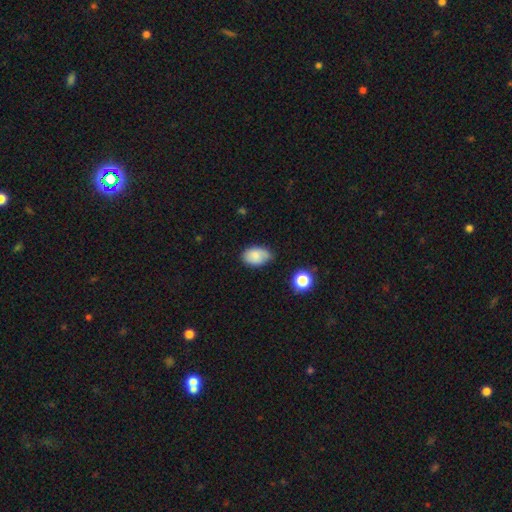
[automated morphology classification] smooth_or_featured: smooth (p=0.79) [alt: featured or disk p=0.12]
how_rounded: in between (p=0.84) [alt: round p=0.15]
merging: none (p=0.62) [alt: minor disturbance p=0.29]